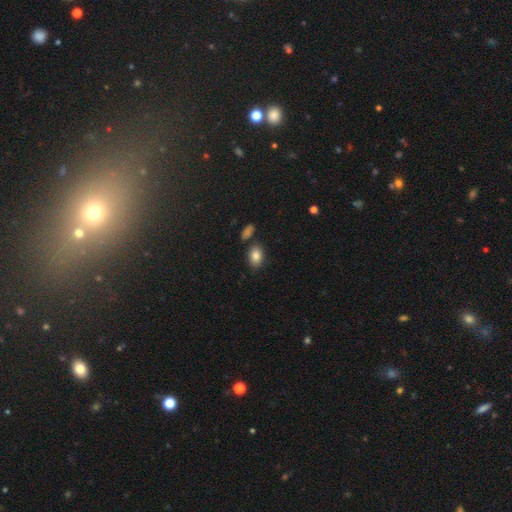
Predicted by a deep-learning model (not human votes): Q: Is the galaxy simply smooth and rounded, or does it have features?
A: smooth — 84%.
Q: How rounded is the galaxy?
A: in between — 85%.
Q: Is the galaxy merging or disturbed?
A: none — 80%.